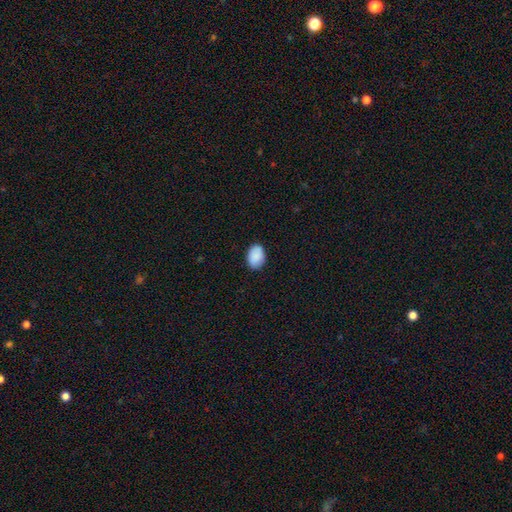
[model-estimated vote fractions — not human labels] smooth 90%, star or artifact 6%, featured or disk 3%. Down the decision tree: how rounded — in between (79%); merging — none (86%).